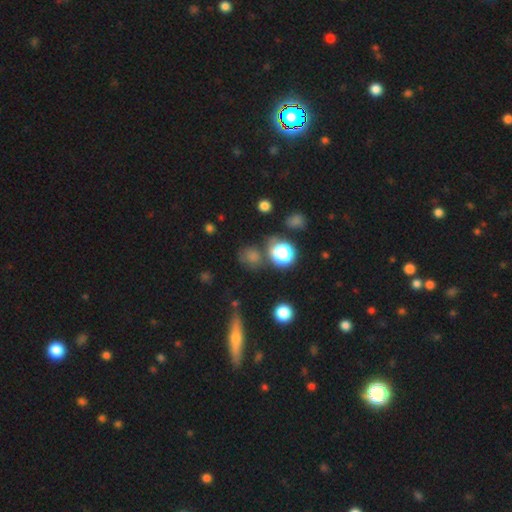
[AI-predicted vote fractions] Morphology: type=smooth (58%); roundness=round (80%); merging=none (76%).